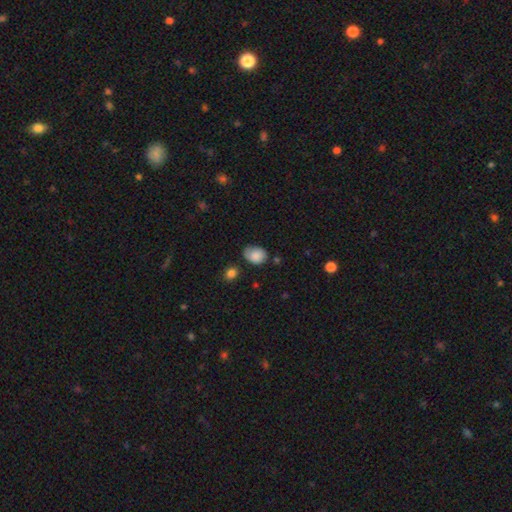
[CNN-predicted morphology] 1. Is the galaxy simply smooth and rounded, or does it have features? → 82% smooth, 10% featured or disk, 8% star or artifact.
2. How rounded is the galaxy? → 61% in between, 39% round, 1% cigar-shaped.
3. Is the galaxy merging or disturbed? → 54% none, 34% minor disturbance, 9% major disturbance, 3% merger.